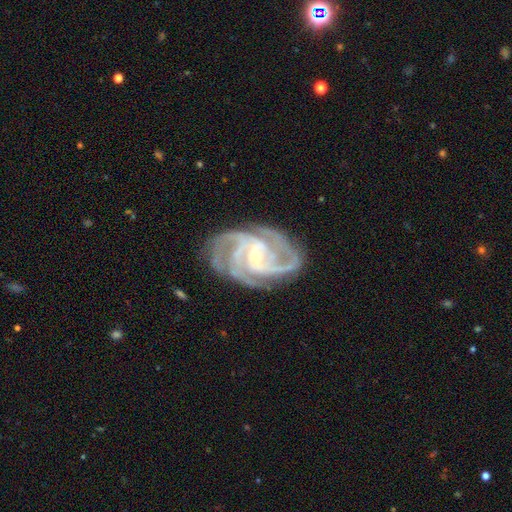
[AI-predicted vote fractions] Smooth or featured?
  - featured or disk: 92% *
  - star or artifact: 5%
  - smooth: 3%
Edge-on disk?
  - no: 98% *
  - yes: 2%
Bar?
  - weak: 43% *
  - no: 36%
  - strong: 21%
Spiral arms?
  - yes: 98% *
  - no: 2%
Spiral winding?
  - tight: 47% *
  - medium: 46%
  - loose: 7%
Spiral arm count?
  - 3: 38% *
  - 4: 27%
  - 2: 13%
  - can't tell: 10%
  - more than 4: 6%
  - 1: 6%
Bulge size?
  - small: 69% *
  - moderate: 28%
  - none: 1%
  - large: 1%
  - dominant: 1%
Merging?
  - none: 75% *
  - minor disturbance: 17%
  - major disturbance: 7%
  - merger: 1%